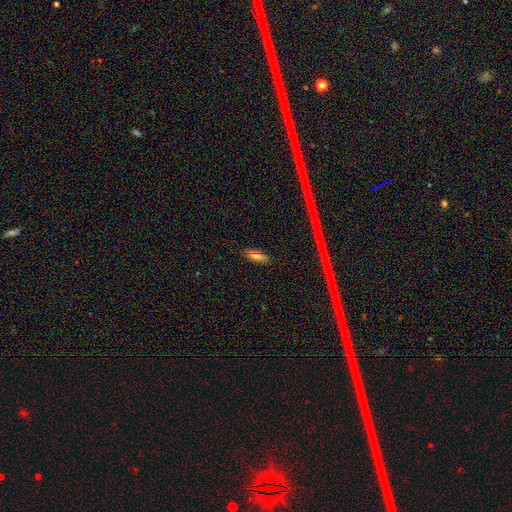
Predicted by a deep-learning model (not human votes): smooth_or_featured: smooth (p=0.69) [alt: featured or disk p=0.18]
how_rounded: in between (p=0.63) [alt: cigar-shaped p=0.34]
merging: none (p=0.84) [alt: minor disturbance p=0.12]